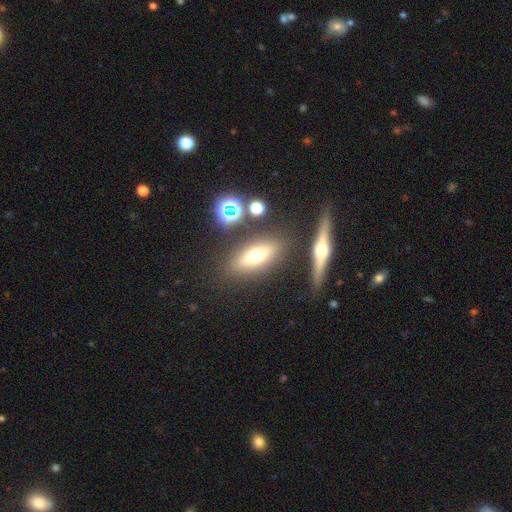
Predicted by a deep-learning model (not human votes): smooth-or-featured: smooth: 51% | featured or disk: 36% | star or artifact: 12%
  how-rounded: in between: 59% | cigar-shaped: 35% | round: 6%
  merging: none: 79% | minor disturbance: 11% | merger: 6% | major disturbance: 5%